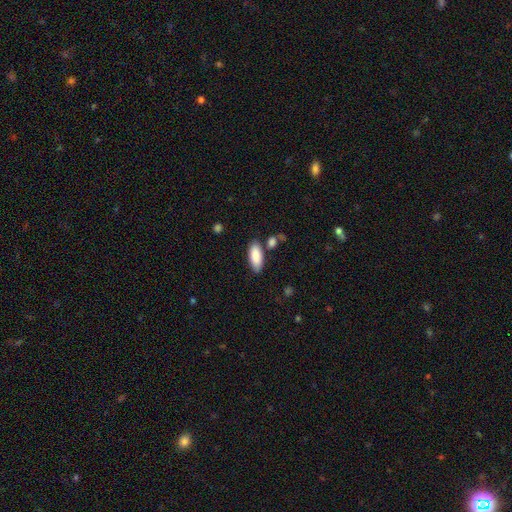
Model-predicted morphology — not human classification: Smooth or featured: smooth — 88% (featured or disk — 7%)
How rounded: in between — 82% (cigar-shaped — 16%)
Merging: none — 78% (minor disturbance — 13%)